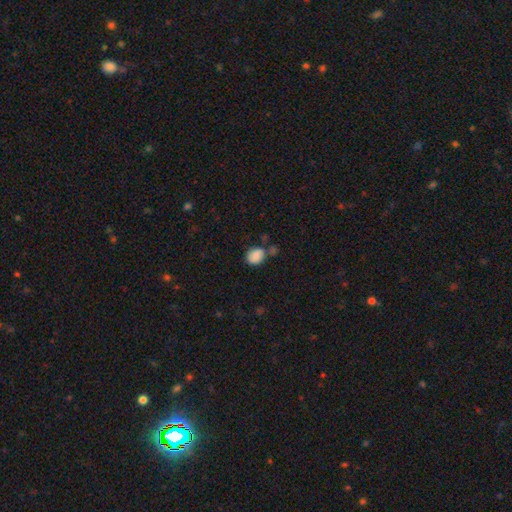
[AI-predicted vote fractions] A smooth galaxy with no disk features (82%) that is round (57%).

Vote fractions:
- Smooth or featured? smooth: 82% / featured or disk: 10% / star or artifact: 9%
- How rounded? round: 57% / in between: 42% / cigar-shaped: 1%
- Merging? none: 54% / merger: 20% / minor disturbance: 20% / major disturbance: 6%